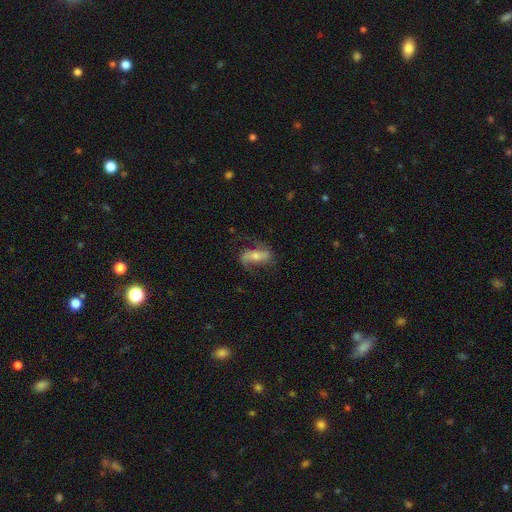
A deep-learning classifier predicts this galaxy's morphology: Smooth or featured? featured or disk (75%)
Edge-on disk? no (91%)
Bar? strong (45%)
Spiral arms? yes (92%)
Spiral winding? loose (52%)
Spiral arm count? 2 (86%)
Bulge size? moderate (48%)
Merging? none (68%)